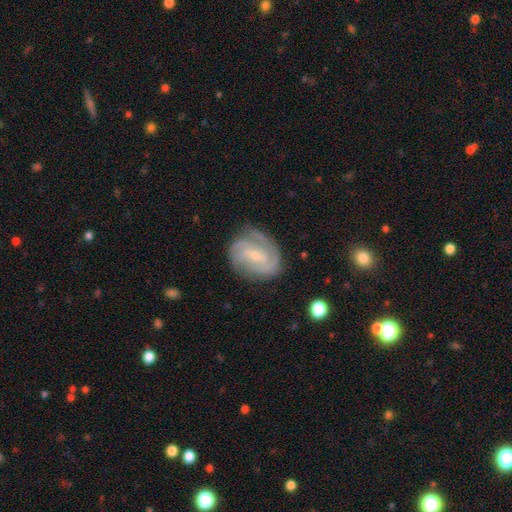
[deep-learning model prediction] Smooth or featured?
  - featured or disk: 84% *
  - smooth: 10%
  - star or artifact: 5%
Edge-on disk?
  - no: 97% *
  - yes: 3%
Bar?
  - weak: 51% *
  - no: 32%
  - strong: 17%
Spiral arms?
  - yes: 96% *
  - no: 4%
Spiral winding?
  - tight: 57% *
  - medium: 35%
  - loose: 8%
Spiral arm count?
  - 2: 36% *
  - 3: 26%
  - can't tell: 22%
  - 4: 7%
  - 1: 5%
  - more than 4: 4%
Bulge size?
  - small: 71% *
  - moderate: 23%
  - none: 3%
  - large: 1%
  - dominant: 1%
Merging?
  - none: 73% *
  - minor disturbance: 19%
  - major disturbance: 7%
  - merger: 1%